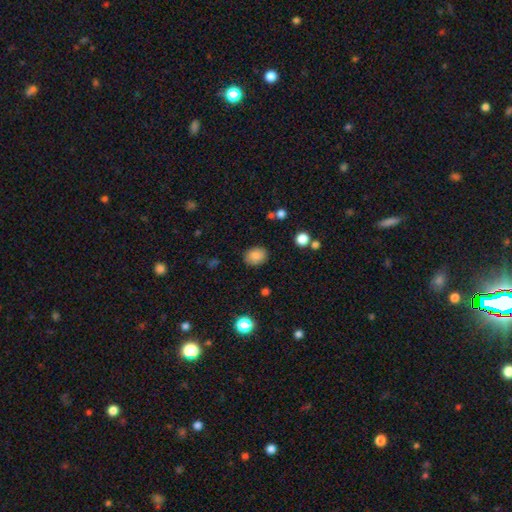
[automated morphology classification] This appears to be a smooth galaxy with no disk features (85%) that is in between round and cigar-shaped (57%). Merging: none (85%).